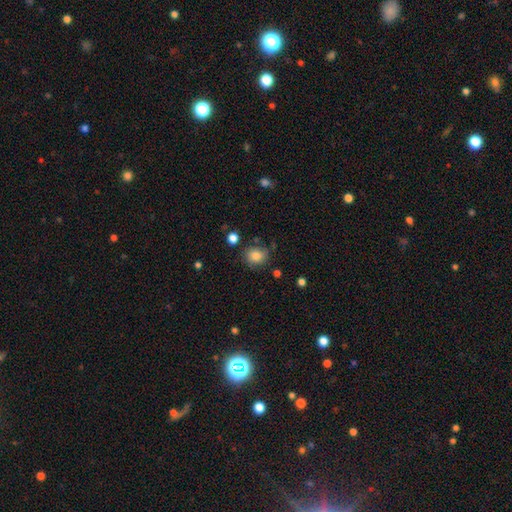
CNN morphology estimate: Q: Smooth or featured?
A: smooth (84%); runner-up: star or artifact (10%)
Q: How rounded?
A: round (72%); runner-up: in between (28%)
Q: Merging?
A: none (76%); runner-up: minor disturbance (16%)